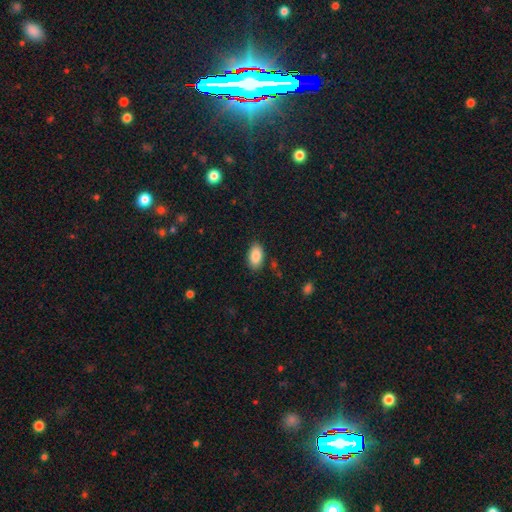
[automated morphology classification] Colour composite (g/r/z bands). It shows a smooth galaxy with no disk features (88%) that is in between round and cigar-shaped (94%). Merging: none (87%).